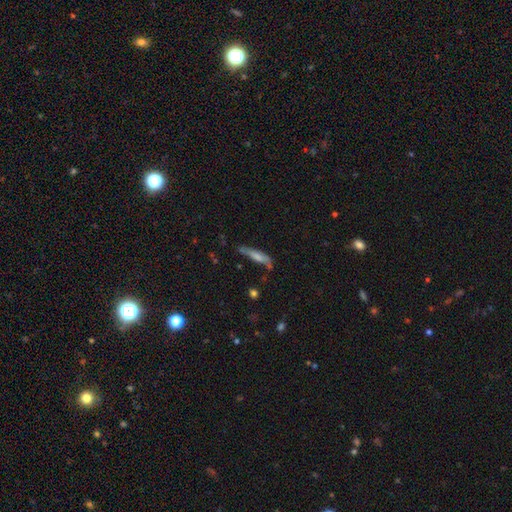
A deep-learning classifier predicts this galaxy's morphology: The model was most divided on "smooth or featured": smooth: 49%, featured or disk: 39%, star or artifact: 11%. More confident: merging — none (59%).